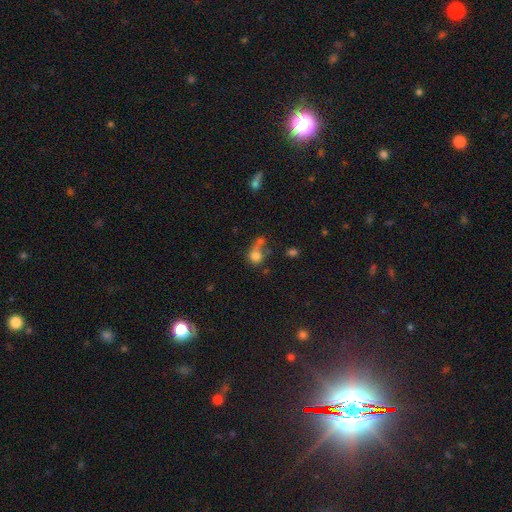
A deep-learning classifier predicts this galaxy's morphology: smooth 75%, star or artifact 13%, featured or disk 13%. Down the decision tree: how rounded — round (75%); merging — none (35%).